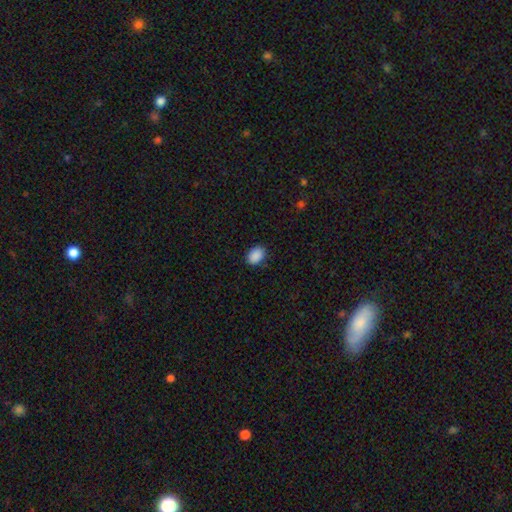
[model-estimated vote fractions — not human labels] Smooth or featured? smooth (89%)
How rounded? in between (79%)
Merging? none (84%)